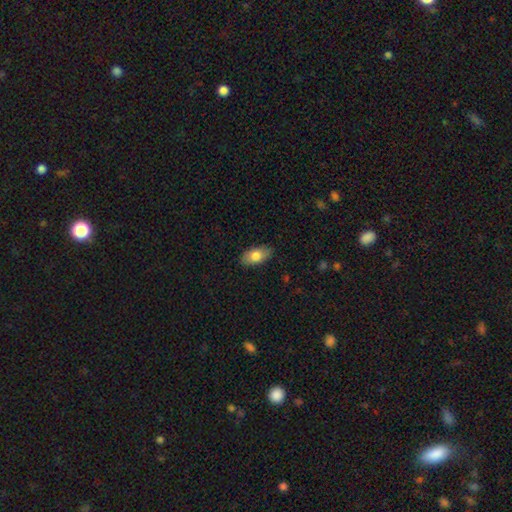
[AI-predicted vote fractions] Smooth or featured?
  - smooth: 80% *
  - featured or disk: 14%
  - star or artifact: 7%
How rounded?
  - in between: 92% *
  - cigar-shaped: 4%
  - round: 4%
Merging?
  - none: 86% *
  - minor disturbance: 11%
  - major disturbance: 2%
  - merger: 1%